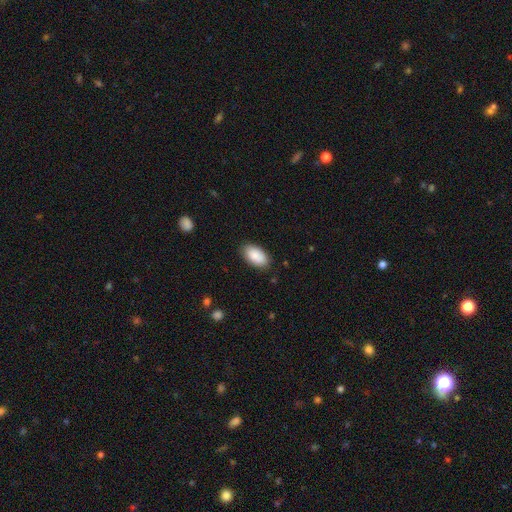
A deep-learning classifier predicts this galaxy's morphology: smooth 89%, star or artifact 6%, featured or disk 5%. Down the decision tree: how rounded — in between (95%); merging — none (86%).